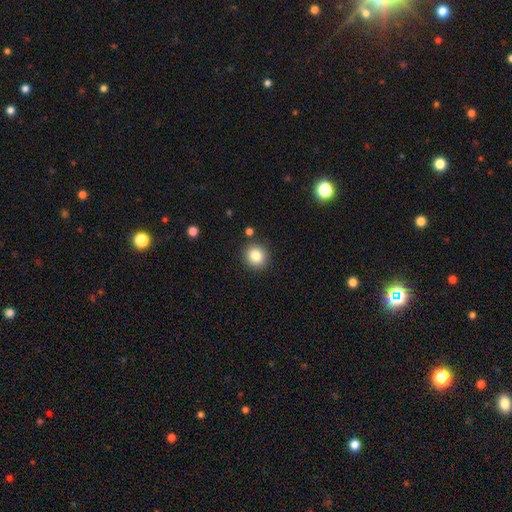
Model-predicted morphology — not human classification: Overall: smooth (84%). How rounded: round (88%). Merging: none (88%).